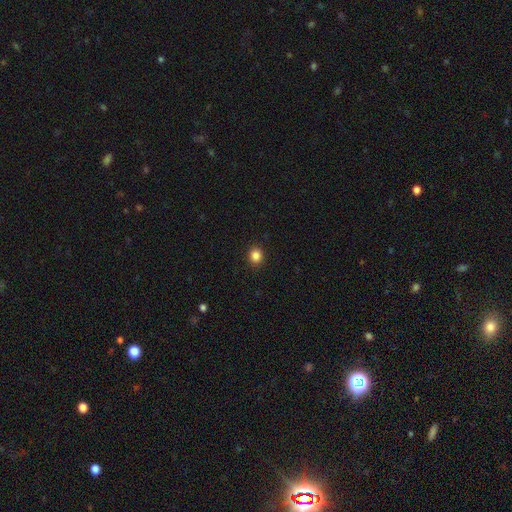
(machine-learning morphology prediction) Smooth or featured? Predicted: smooth (p=0.85). How rounded? Predicted: round (p=0.79). Merging? Predicted: none (p=0.92).